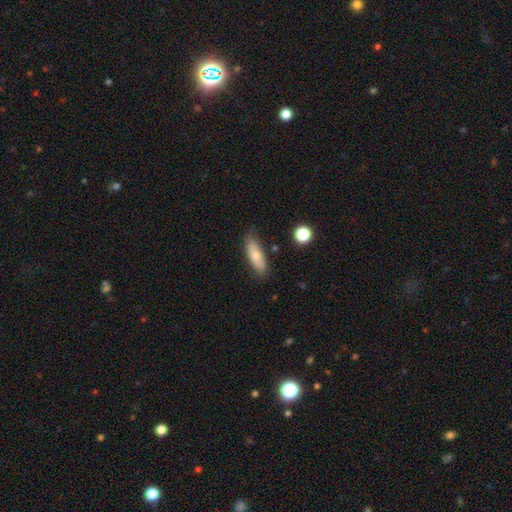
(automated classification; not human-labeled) Smooth or featured: smooth — 70% (featured or disk — 23%)
How rounded: in between — 63% (cigar-shaped — 34%)
Merging: none — 76% (minor disturbance — 18%)